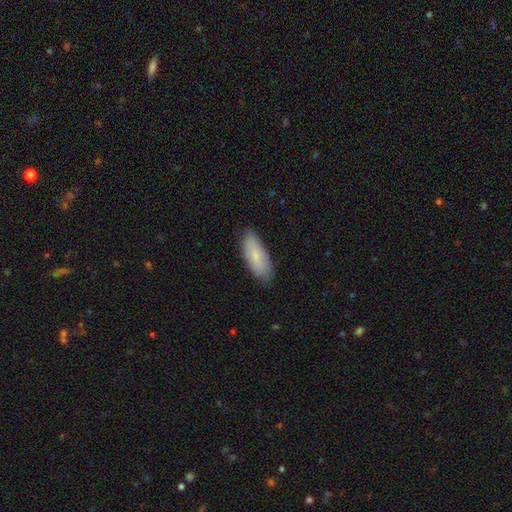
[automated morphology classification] A smooth galaxy with no disk features (76%) that is in between round and cigar-shaped (75%). Merging: none (83%).